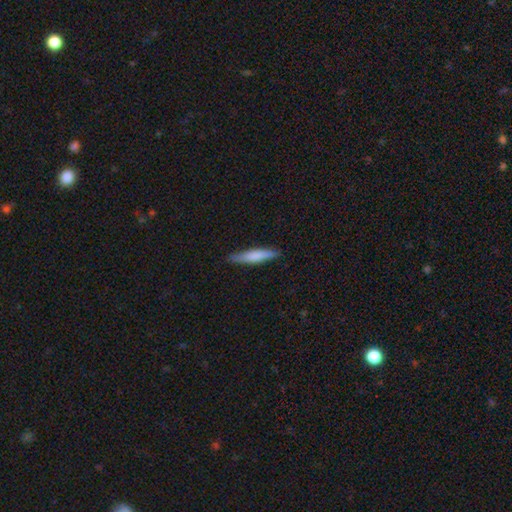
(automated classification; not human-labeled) Q: Smooth or featured?
A: smooth (72%); runner-up: featured or disk (23%)
Q: How rounded?
A: cigar-shaped (88%); runner-up: in between (11%)
Q: Merging?
A: none (85%); runner-up: minor disturbance (12%)